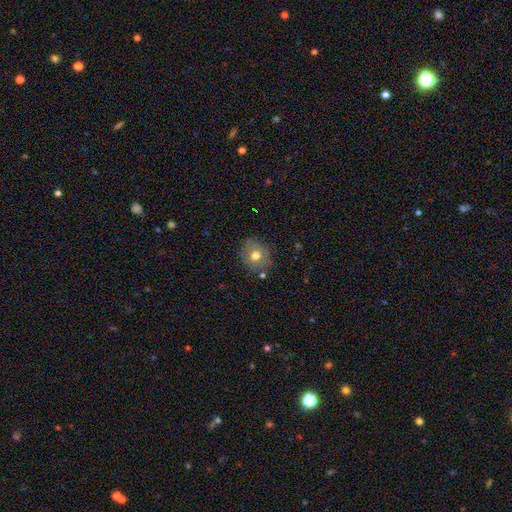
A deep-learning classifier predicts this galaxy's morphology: Smooth or featured: smooth — 68% (featured or disk — 21%)
How rounded: round — 70% (in between — 29%)
Merging: none — 80% (minor disturbance — 13%)